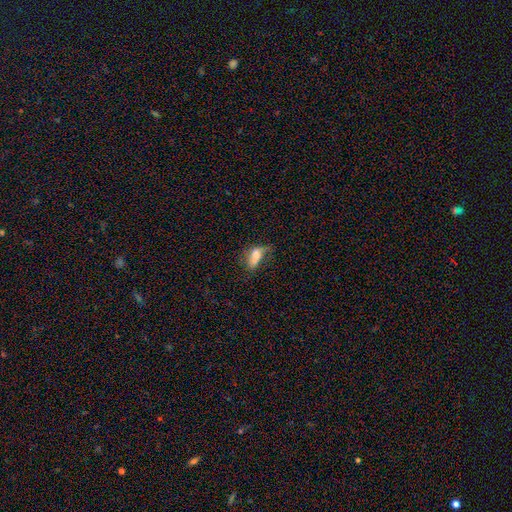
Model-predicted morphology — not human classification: A smooth galaxy with no disk features (59%) that is in between round and cigar-shaped (81%).

Vote fractions:
- Smooth or featured? smooth: 59% / featured or disk: 30% / star or artifact: 11%
- How rounded? in between: 81% / cigar-shaped: 13% / round: 6%
- Merging? major disturbance: 39% / none: 28% / minor disturbance: 26% / merger: 7%